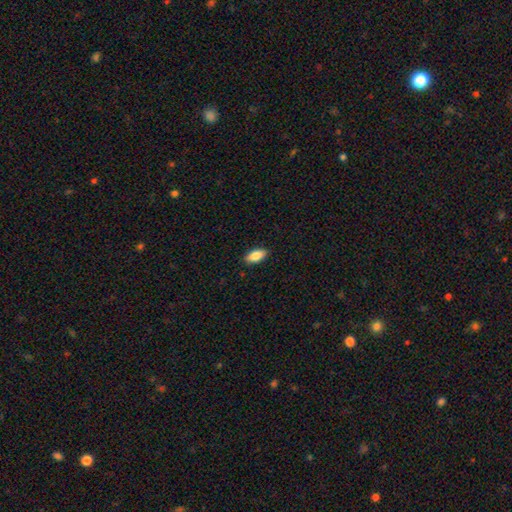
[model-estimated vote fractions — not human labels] smooth_or_featured: smooth (p=0.86) [alt: featured or disk p=0.07]
how_rounded: in between (p=0.88) [alt: cigar-shaped p=0.10]
merging: none (p=0.89) [alt: minor disturbance p=0.08]